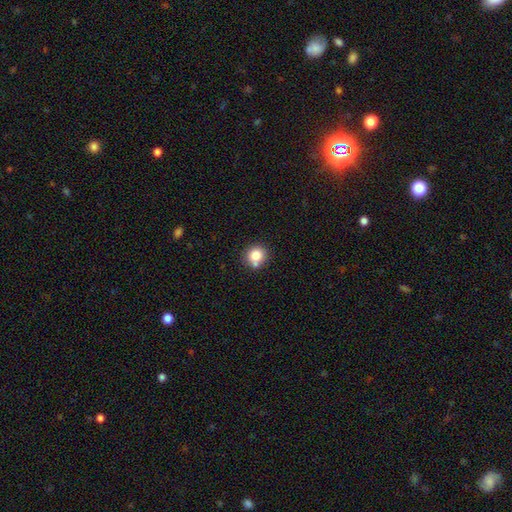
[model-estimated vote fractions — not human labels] smooth 81%, star or artifact 11%, featured or disk 8%. Down the decision tree: how rounded — round (88%); merging — none (69%).